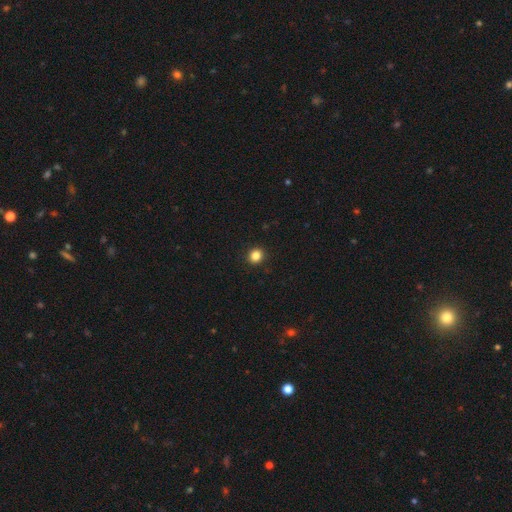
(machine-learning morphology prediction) smooth 84%, star or artifact 12%, featured or disk 4%. Down the decision tree: how rounded — round (85%); merging — none (92%).